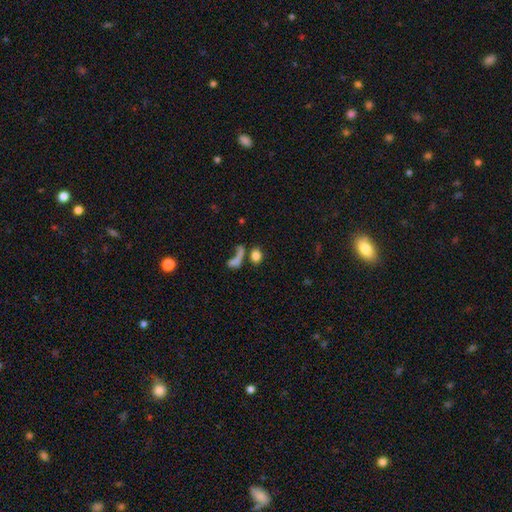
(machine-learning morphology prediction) The model was most divided on "how rounded": in between: 56%, round: 37%, cigar-shaped: 7%. Remaining: smooth or featured — smooth (79%); merging — none (50%).